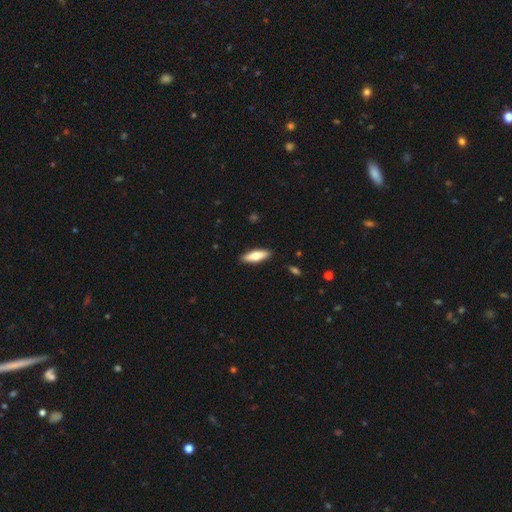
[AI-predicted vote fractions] smooth_or_featured: smooth (p=0.65) [alt: featured or disk p=0.30]
how_rounded: cigar-shaped (p=0.51) [alt: in between p=0.47]
merging: none (p=0.90) [alt: minor disturbance p=0.08]